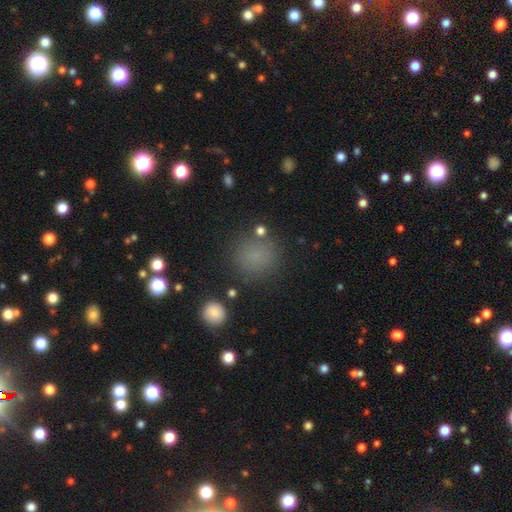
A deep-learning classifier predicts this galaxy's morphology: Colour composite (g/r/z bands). It shows a smooth galaxy with no disk features (73%) that is round (90%). Merging: none (82%).